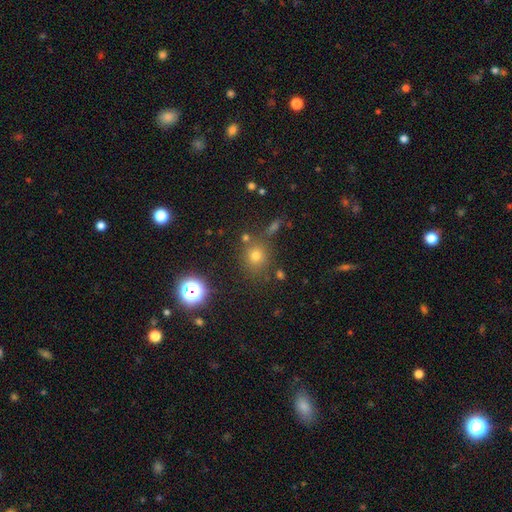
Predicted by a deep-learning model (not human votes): Smooth or featured: smooth — 66% (star or artifact — 25%)
How rounded: round — 86% (in between — 13%)
Merging: none — 78% (minor disturbance — 10%)